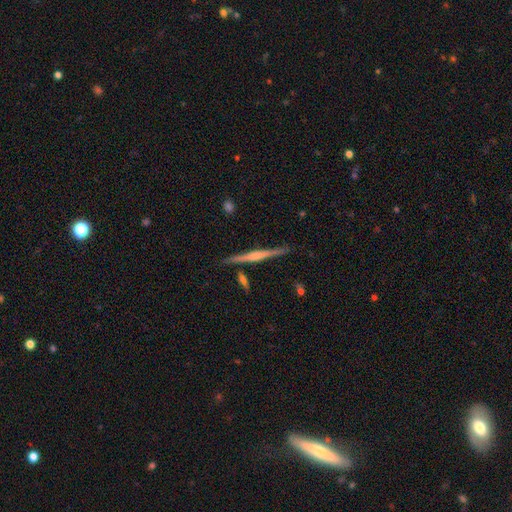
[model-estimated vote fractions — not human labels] The model was most divided on "edge-on bulge": rounded: 58%, none: 22%, boxy: 20%. More confident: edge-on disk — yes (98%); merging — none (87%); smooth or featured — featured or disk (71%).